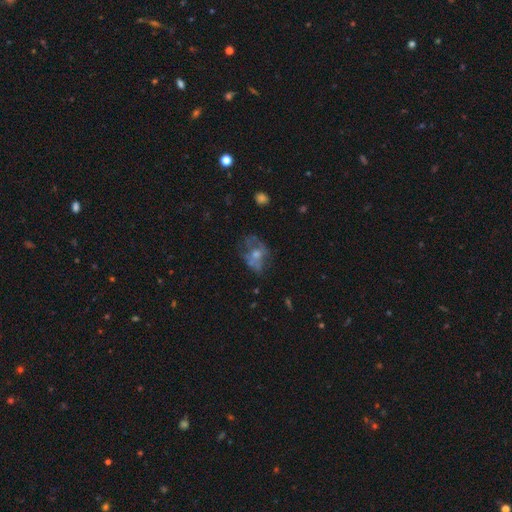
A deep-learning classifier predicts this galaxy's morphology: Smooth or featured? Predicted: featured or disk (p=0.54). Edge-on disk? Predicted: no (p=0.96). Bar? Predicted: no (p=0.84). Spiral arms? Predicted: no (p=0.78). Bulge size? Predicted: moderate (p=0.56). Merging? Predicted: none (p=0.41).